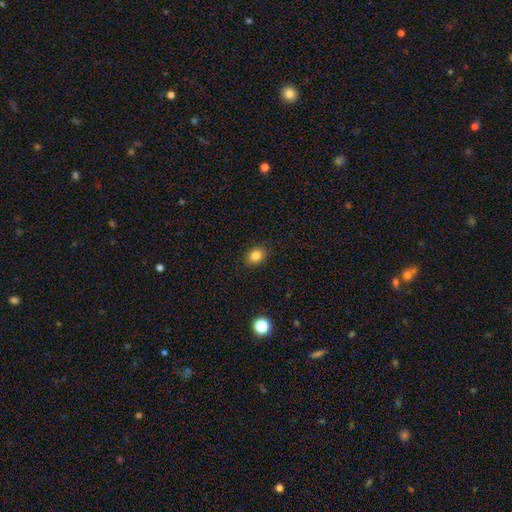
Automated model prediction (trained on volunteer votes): Smooth or featured? Predicted: smooth (p=0.83). How rounded? Predicted: in between (p=0.51). Merging? Predicted: none (p=0.88).